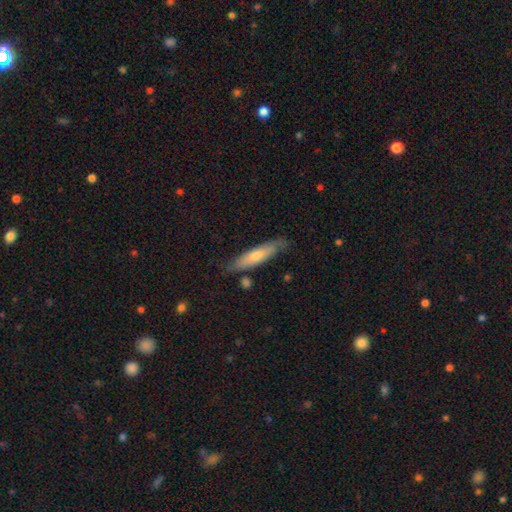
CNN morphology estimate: Smooth or featured? smooth (55%)
How rounded? cigar-shaped (78%)
Merging? none (75%)